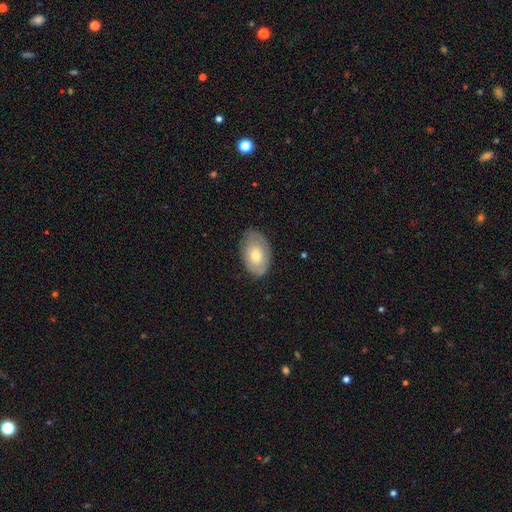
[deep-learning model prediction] The model was most divided on "smooth or featured": smooth: 62%, featured or disk: 32%, star or artifact: 6%. More confident: how rounded — in between (91%); merging — none (76%).